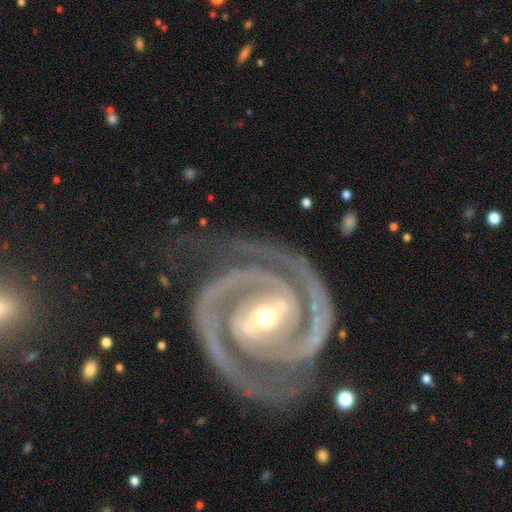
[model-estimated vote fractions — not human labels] This appears to be a featured or disk galaxy (94%) with a strong bar (55%), 2 (89%) tight (73%) spiral arms (99%) and a small central bulge (55%). Merging: none (74%).